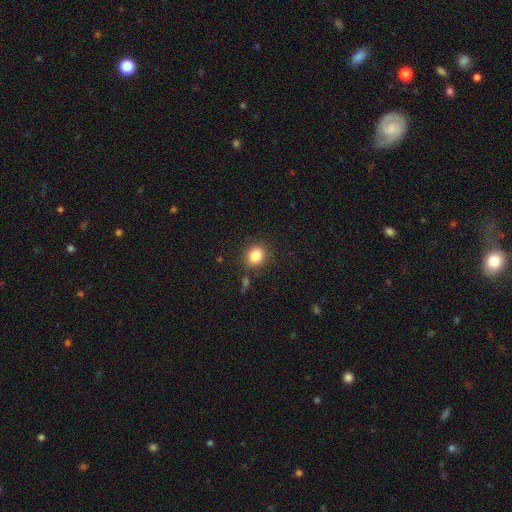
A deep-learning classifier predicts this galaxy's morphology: type=smooth (84%); roundness=round (71%); merging=none (84%).